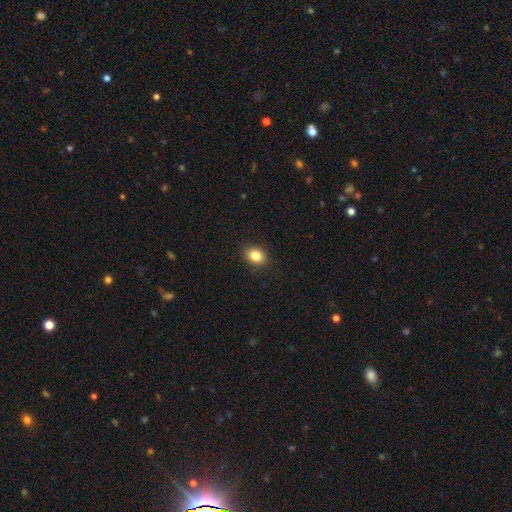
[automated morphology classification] The model was most divided on "how rounded": in between: 58%, round: 41%, cigar-shaped: 1%. More confident: merging — none (89%); smooth or featured — smooth (84%).